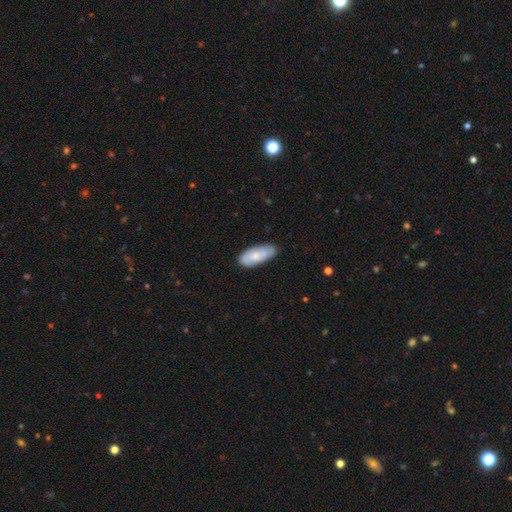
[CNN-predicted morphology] Smooth or featured: smooth — 64% (featured or disk — 30%)
How rounded: in between — 82% (cigar-shaped — 16%)
Merging: none — 78% (minor disturbance — 18%)